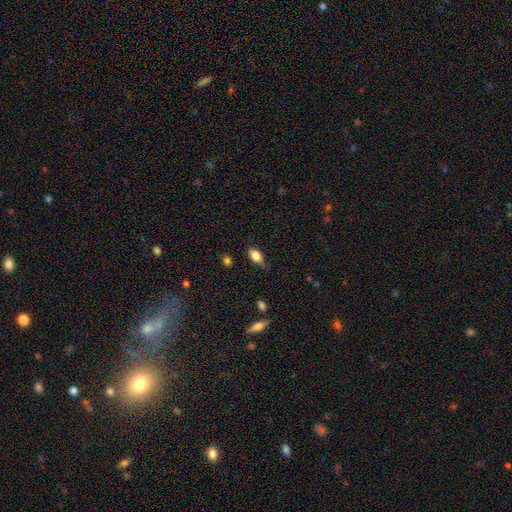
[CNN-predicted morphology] smooth-or-featured: smooth: 82% | featured or disk: 10% | star or artifact: 8%
  how-rounded: in between: 88% | round: 7% | cigar-shaped: 5%
  merging: none: 66% | minor disturbance: 27% | major disturbance: 6% | merger: 2%